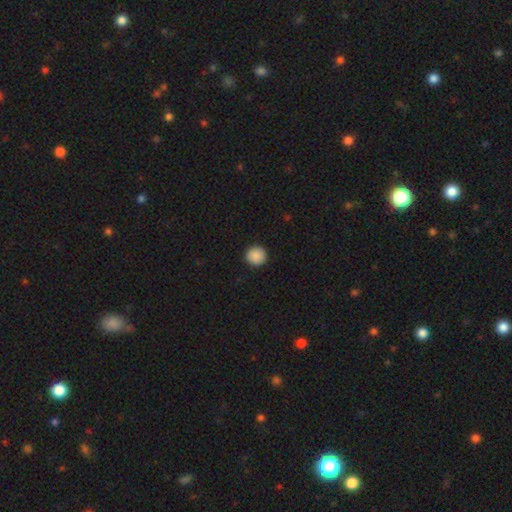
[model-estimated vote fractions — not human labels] smooth 89%, star or artifact 8%, featured or disk 3%. Down the decision tree: how rounded — round (94%); merging — none (92%).